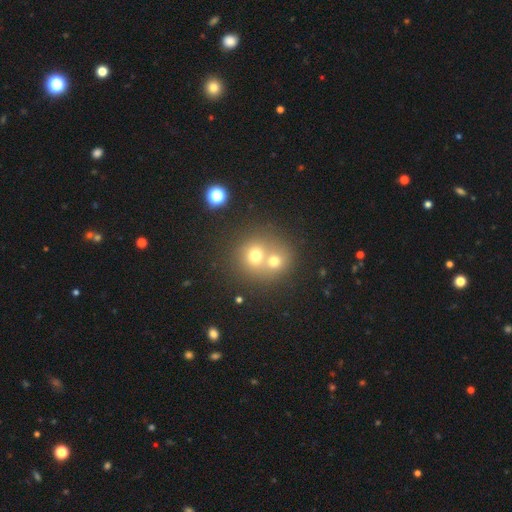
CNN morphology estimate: Smooth or featured? Predicted: smooth (p=0.68). How rounded? Predicted: round (p=0.82). Merging? Predicted: merger (p=0.59).